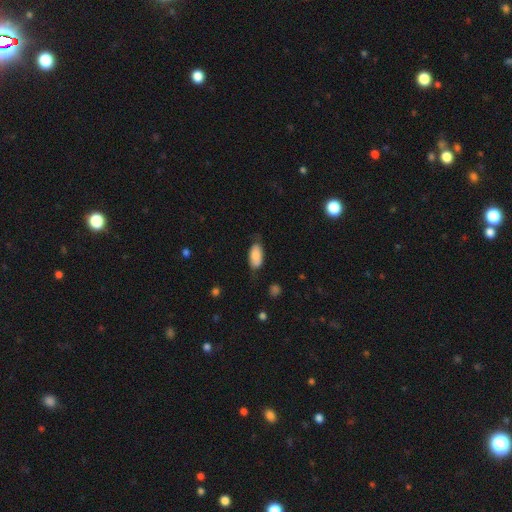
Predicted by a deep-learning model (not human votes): Smooth or featured: smooth — 78% (featured or disk — 15%)
How rounded: in between — 92% (cigar-shaped — 5%)
Merging: none — 67% (minor disturbance — 24%)